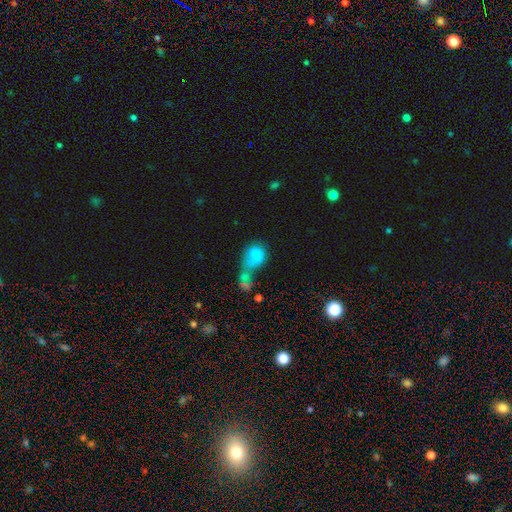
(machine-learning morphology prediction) The model was most divided on "how rounded": in between: 60%, round: 38%, cigar-shaped: 2%. More confident: smooth or featured — smooth (73%); merging — merger (57%).